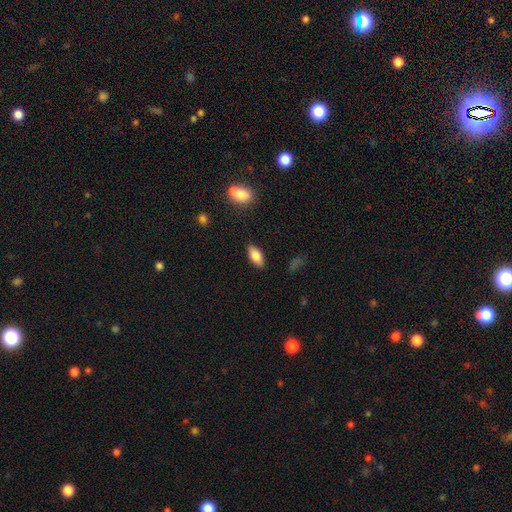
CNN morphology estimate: Smooth or featured? Predicted: smooth (p=0.78). How rounded? Predicted: in between (p=0.88). Merging? Predicted: none (p=0.87).